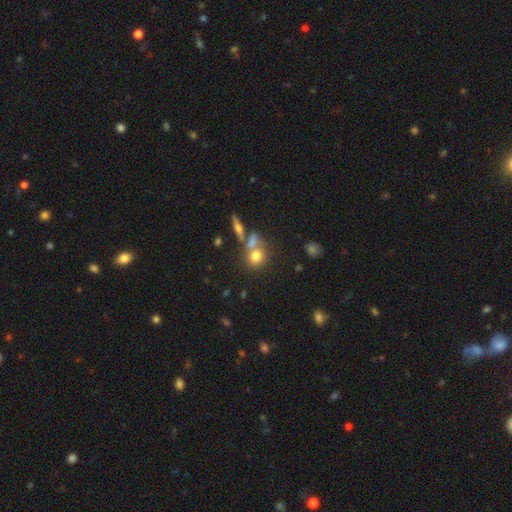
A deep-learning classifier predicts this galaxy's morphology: type=smooth (73%); roundness=round (77%); merging=none (54%).